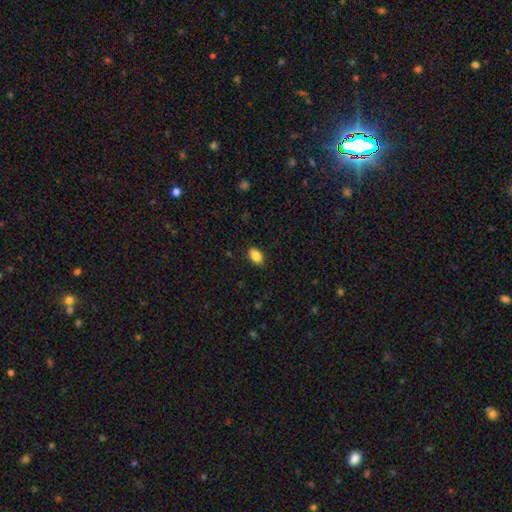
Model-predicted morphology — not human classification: Smooth or featured?
  - smooth: 87% *
  - star or artifact: 8%
  - featured or disk: 5%
How rounded?
  - in between: 88% *
  - round: 11%
  - cigar-shaped: 1%
Merging?
  - none: 87% *
  - minor disturbance: 9%
  - major disturbance: 2%
  - merger: 1%